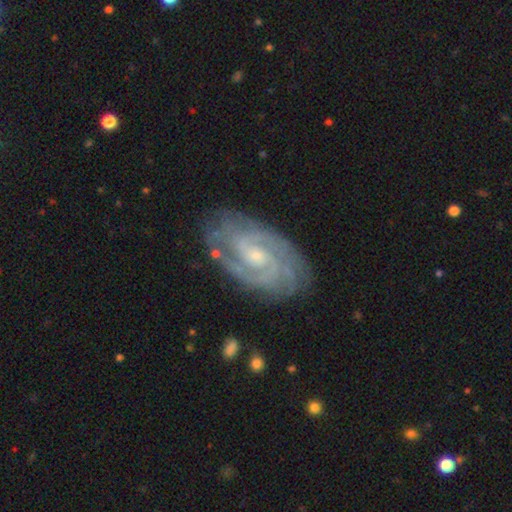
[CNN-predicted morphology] A featured or disk galaxy (89%) with no bar (54%), 2 (49%) tight (62%) spiral arms (97%) and a small central bulge (64%). Merging: none (78%).